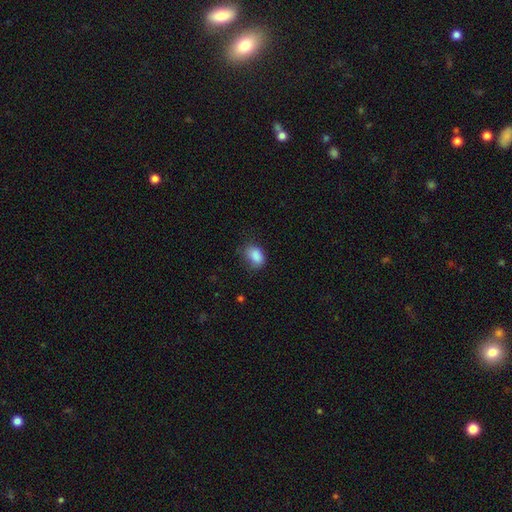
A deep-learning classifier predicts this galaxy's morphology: A smooth galaxy with no disk features (87%) that is in between round and cigar-shaped (79%). Merging: none (61%).